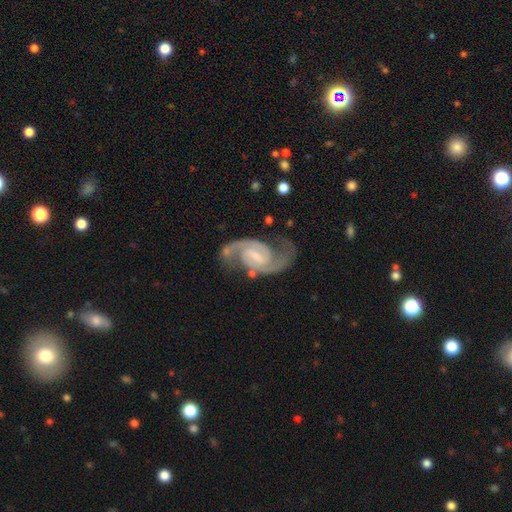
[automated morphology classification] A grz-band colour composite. It shows a featured or disk galaxy (93%) with a weak bar (54%), 2 (93%) medium (59%) spiral arms (99%) and a small central bulge (62%). Merging: none (73%).